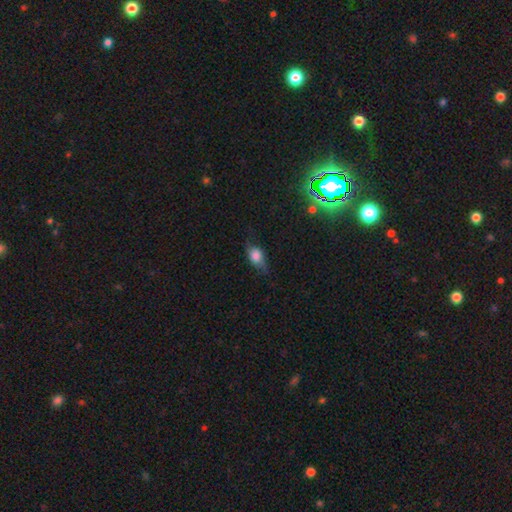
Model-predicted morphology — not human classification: A smooth galaxy with no disk features (74%) that is in between round and cigar-shaped (76%).

Vote fractions:
- Smooth or featured? smooth: 74% / featured or disk: 17% / star or artifact: 10%
- How rounded? in between: 76% / round: 19% / cigar-shaped: 6%
- Merging? none: 59% / minor disturbance: 29% / major disturbance: 10% / merger: 2%